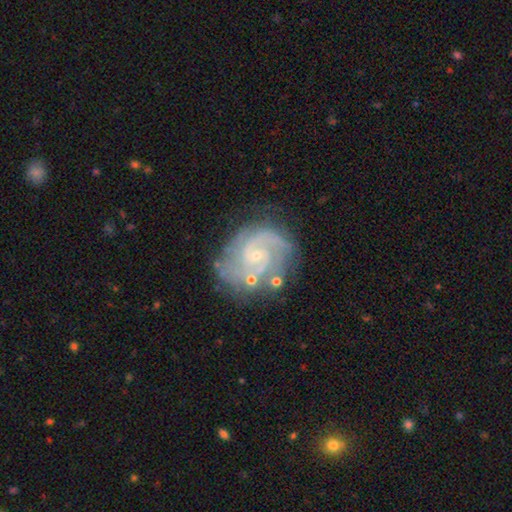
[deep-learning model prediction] smooth_or_featured: featured or disk (p=0.88) [alt: star or artifact p=0.06]
disk_edge_on: no (p=0.98) [alt: yes p=0.02]
bar: no (p=0.62) [alt: weak p=0.31]
has_spiral_arms: yes (p=0.97) [alt: no p=0.03]
spiral_winding: tight (p=0.56) [alt: medium p=0.37]
spiral_arm_count: 2 (p=0.46) [alt: 3 p=0.21]
bulge_size: small (p=0.82) [alt: moderate p=0.13]
merging: none (p=0.70) [alt: minor disturbance p=0.18]